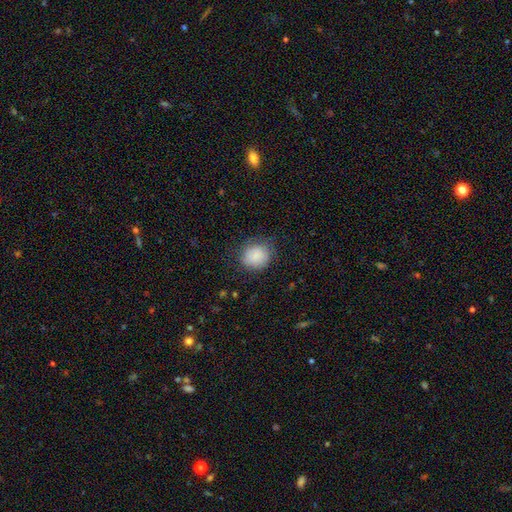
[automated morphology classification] The model was most divided on "how rounded": round: 74%, in between: 25%, cigar-shaped: 1%. More confident: smooth or featured — smooth (84%); merging — none (75%).